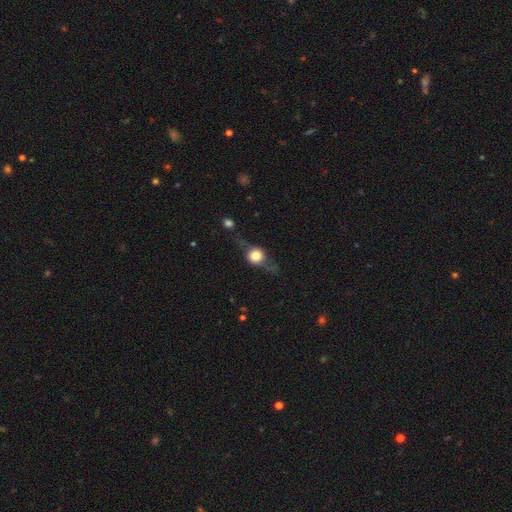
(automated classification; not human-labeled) smooth_or_featured: featured or disk (p=0.47) [alt: smooth p=0.44]
merging: none (p=0.58) [alt: minor disturbance p=0.21]